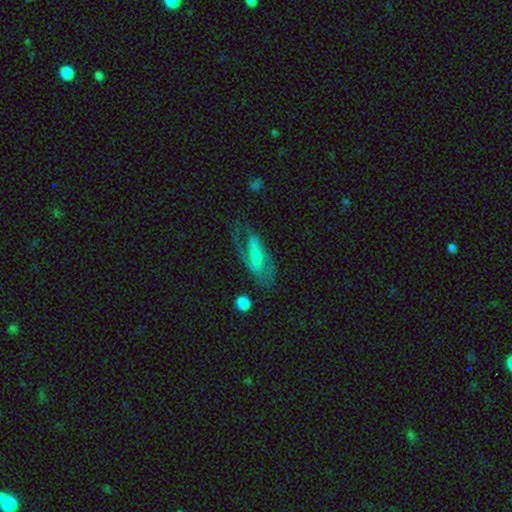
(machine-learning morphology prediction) This is likely a featured or disk galaxy (74%). It is clearly not viewed edge-on (92%). Bar: marginally weak (39%). Spiral arm pattern: clearly yes (87%). Spiral arm count: clearly 2 (81%). Spiral winding: possibly medium (50%). Central bulge: possibly small (51%). Merging: likely none (65%).